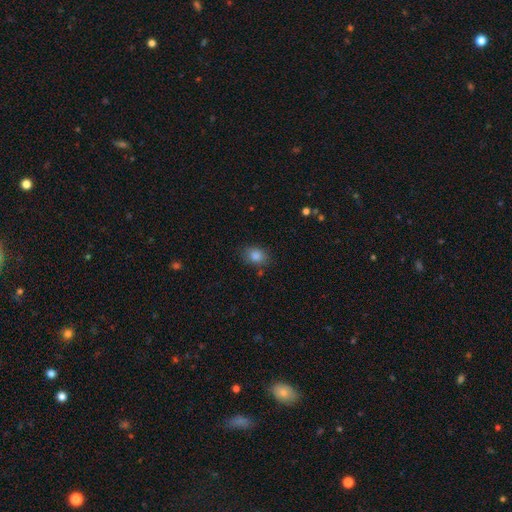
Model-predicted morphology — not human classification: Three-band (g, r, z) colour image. It shows a smooth galaxy with no disk features (85%) that is in between round and cigar-shaped (66%). Merging: none (79%).